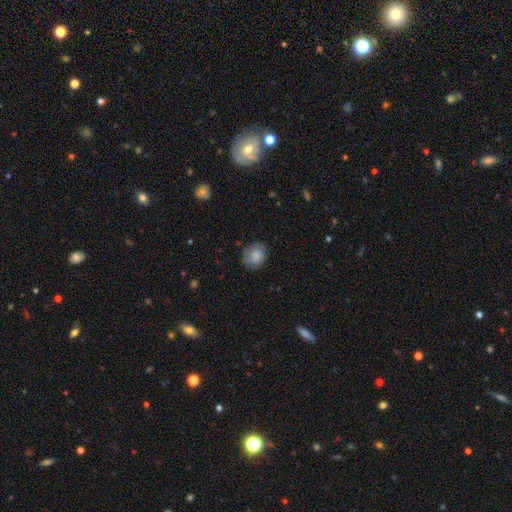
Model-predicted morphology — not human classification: Smooth or featured? Predicted: smooth (p=0.77). How rounded? Predicted: round (p=0.69). Merging? Predicted: none (p=0.75).